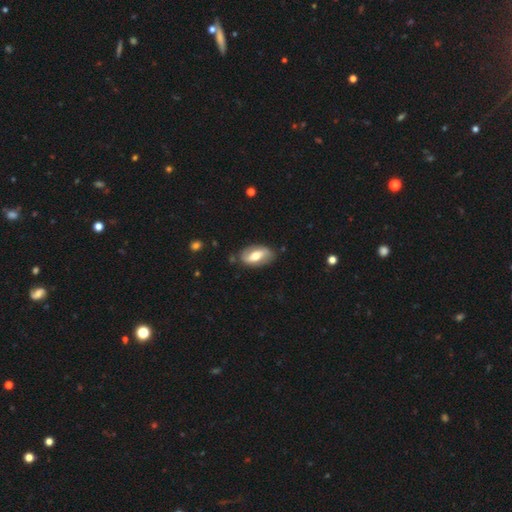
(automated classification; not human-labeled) Smooth or featured: featured or disk — 55% (smooth — 39%)
Edge-on disk: no — 89% (yes — 11%)
Merging: none — 79% (minor disturbance — 15%)